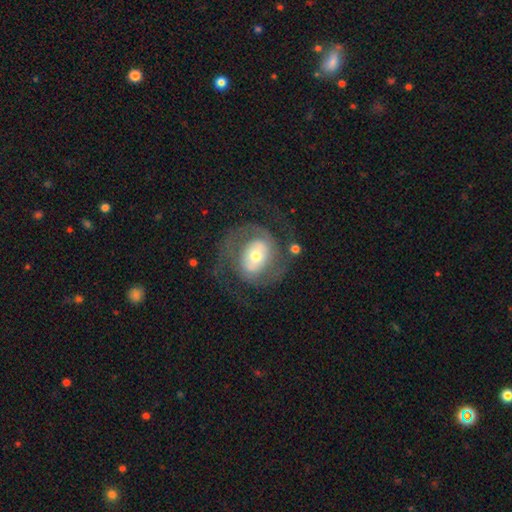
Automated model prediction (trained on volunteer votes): Smooth or featured?
  - featured or disk: 80% *
  - smooth: 14%
  - star or artifact: 6%
Edge-on disk?
  - no: 97% *
  - yes: 3%
Bar?
  - no: 51% *
  - weak: 32%
  - strong: 16%
Spiral arms?
  - yes: 88% *
  - no: 12%
Spiral winding?
  - medium: 47% *
  - tight: 34%
  - loose: 19%
Spiral arm count?
  - 2: 79% *
  - can't tell: 9%
  - 1: 6%
  - 3: 4%
  - 4: 2%
  - more than 4: 2%
Bulge size?
  - moderate: 59% *
  - small: 28%
  - large: 10%
  - dominant: 2%
  - none: 1%
Merging?
  - none: 62% *
  - major disturbance: 21%
  - minor disturbance: 15%
  - merger: 3%